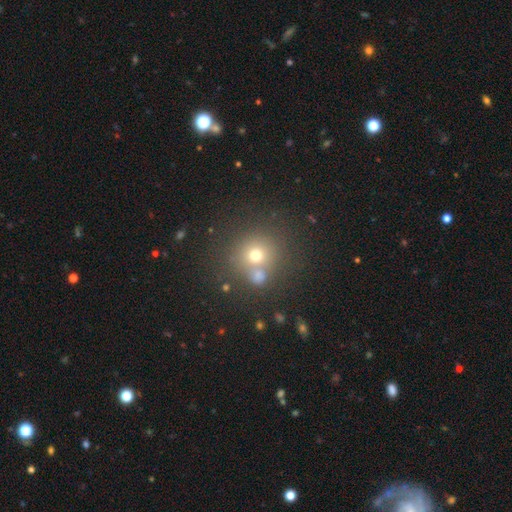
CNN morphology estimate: A smooth galaxy with no disk features (67%) that is round (87%). Merging: none (59%).